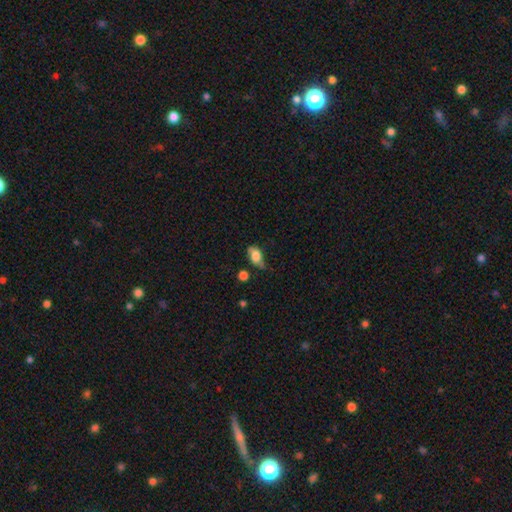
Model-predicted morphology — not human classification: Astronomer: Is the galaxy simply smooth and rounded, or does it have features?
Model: smooth — 71%.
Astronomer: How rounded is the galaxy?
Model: in between — 82%.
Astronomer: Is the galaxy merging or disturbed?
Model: none — 40% (runner-up: minor disturbance, 39%).